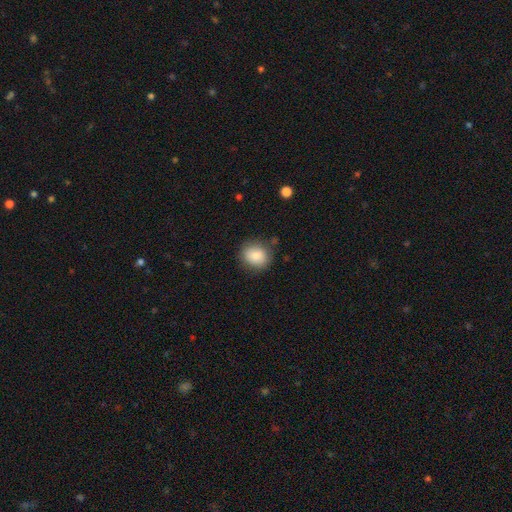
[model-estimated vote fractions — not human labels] This is clearly a smooth galaxy (82%). How rounded: likely round (73%). Merging: clearly none (82%).